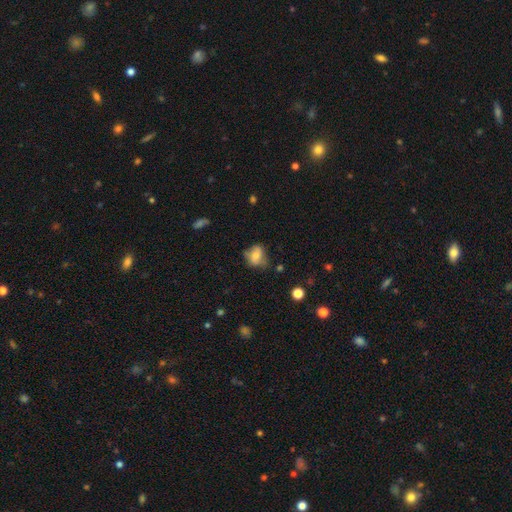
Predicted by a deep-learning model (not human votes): Overall: smooth (64%; featured or disk 25%). How rounded: in between (49%, tied with round). Merging: none (47%; minor disturbance 33%).